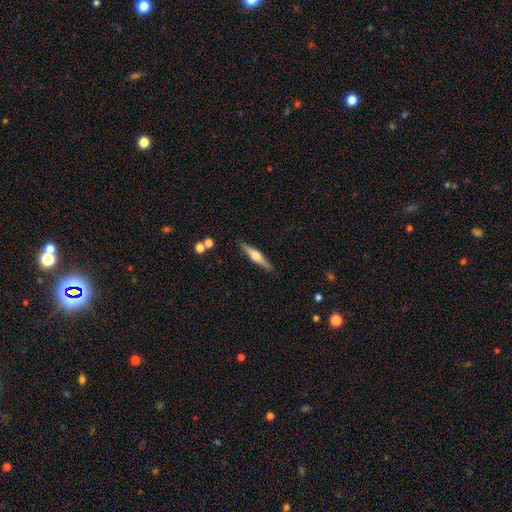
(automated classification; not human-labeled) featured or disk 62%, smooth 32%, star or artifact 6%. Down the decision tree: edge-on disk — yes (97%); edge-on bulge — rounded (85%); merging — none (89%).